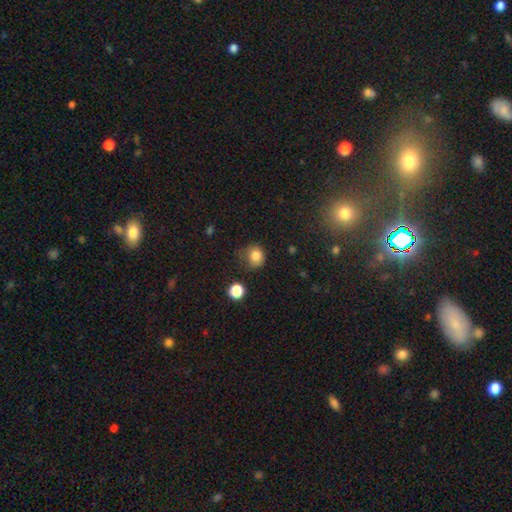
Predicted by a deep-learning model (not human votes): The model was most divided on "merging": none: 49%, minor disturbance: 33%, major disturbance: 15%, merger: 3%. More confident: smooth or featured — smooth (82%); how rounded — round (76%).